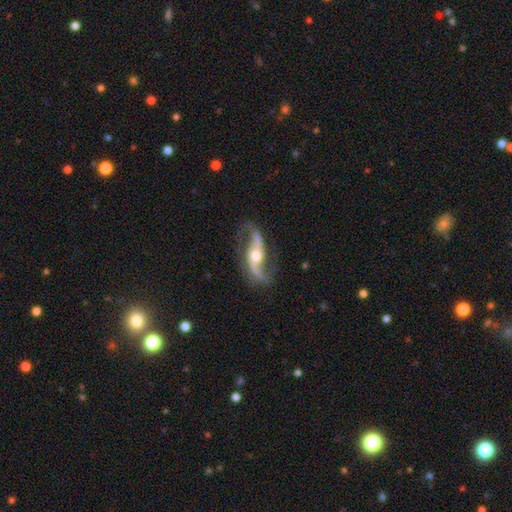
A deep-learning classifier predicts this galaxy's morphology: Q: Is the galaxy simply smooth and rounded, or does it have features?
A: featured or disk — 90%.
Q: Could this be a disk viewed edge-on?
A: no — 93%.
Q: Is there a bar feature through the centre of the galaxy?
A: no — 47%.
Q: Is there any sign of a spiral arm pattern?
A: yes — 97%.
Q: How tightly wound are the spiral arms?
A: loose — 72%.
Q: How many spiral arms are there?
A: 2 — 94%.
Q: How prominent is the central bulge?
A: moderate — 70%.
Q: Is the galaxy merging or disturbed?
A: none — 77%.